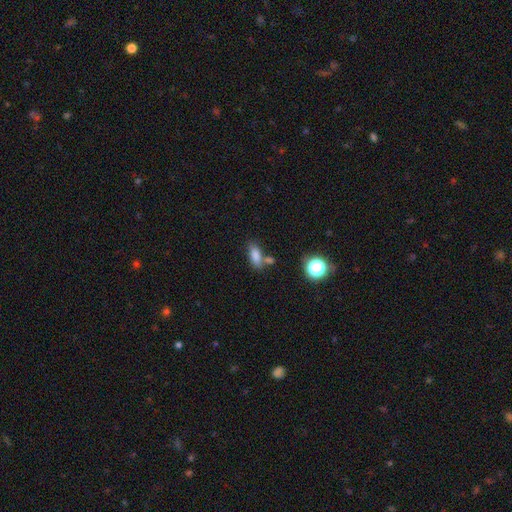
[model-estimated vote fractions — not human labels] Smooth or featured? Predicted: smooth (p=0.80). How rounded? Predicted: in between (p=0.77). Merging? Predicted: none (p=0.55).